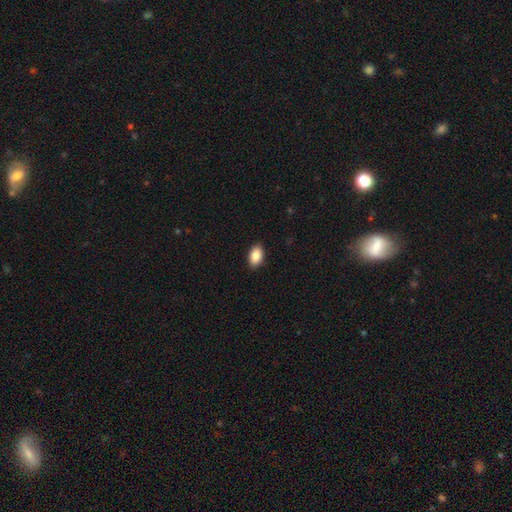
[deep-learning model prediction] Smooth or featured? smooth (88%)
How rounded? in between (92%)
Merging? none (89%)